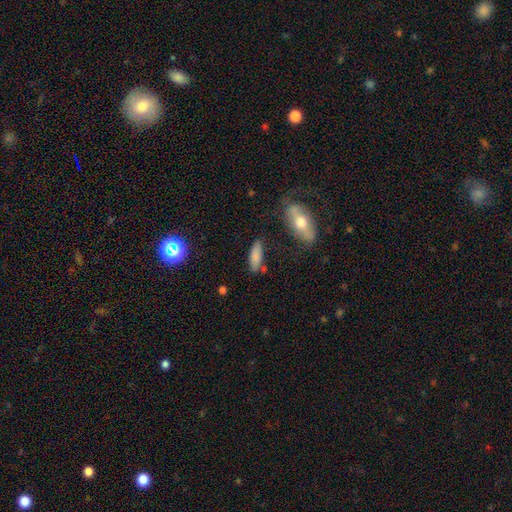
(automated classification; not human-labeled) smooth 80%, featured or disk 12%, star or artifact 8%. Down the decision tree: how rounded — in between (57%); merging — none (73%).